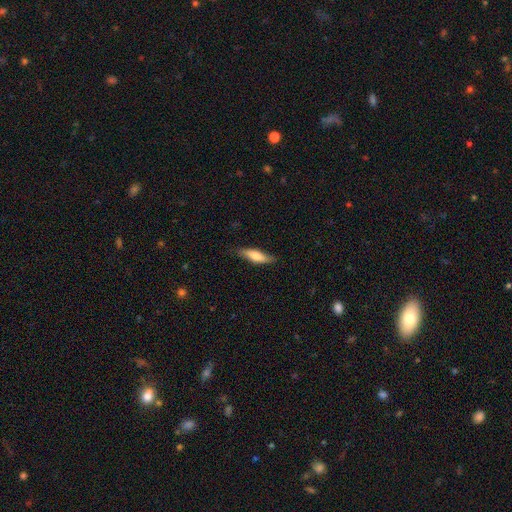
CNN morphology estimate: The model was most divided on "how rounded": cigar-shaped: 60%, in between: 38%, round: 2%. More confident: merging — none (78%); smooth or featured — smooth (67%).